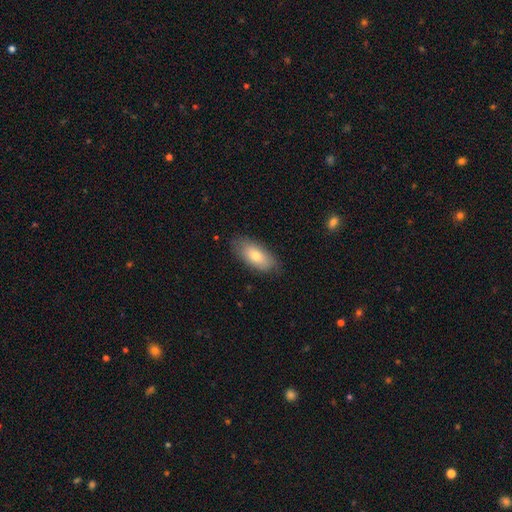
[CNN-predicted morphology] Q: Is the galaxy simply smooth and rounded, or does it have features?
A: smooth — 73%.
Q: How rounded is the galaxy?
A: in between — 89%.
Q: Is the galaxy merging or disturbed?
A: none — 81%.